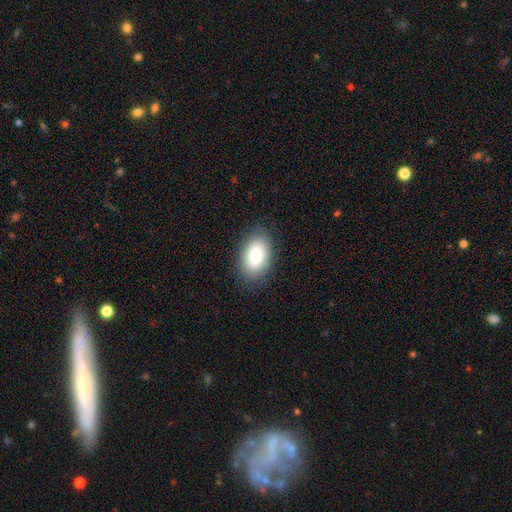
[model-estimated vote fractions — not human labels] The model was most divided on "smooth or featured": smooth: 80%, featured or disk: 12%, star or artifact: 8%. More confident: how rounded — in between (89%); merging — none (86%).